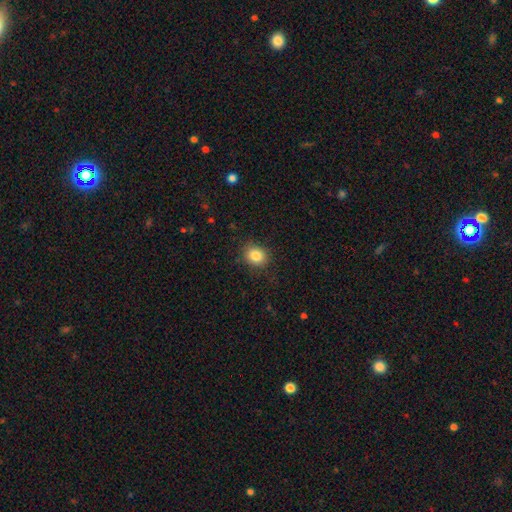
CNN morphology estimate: smooth_or_featured: smooth (p=0.85) [alt: star or artifact p=0.10]
how_rounded: round (p=0.62) [alt: in between p=0.38]
merging: none (p=0.85) [alt: minor disturbance p=0.11]